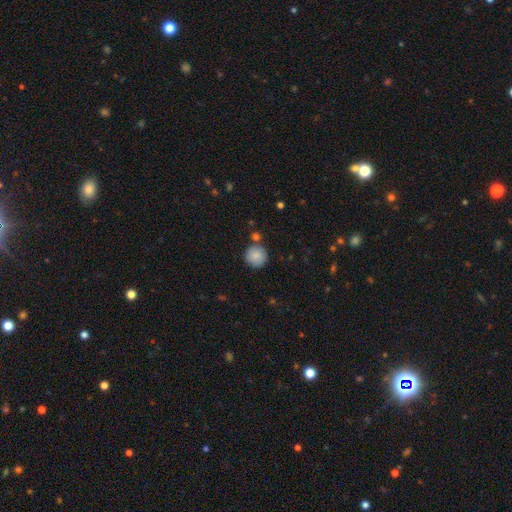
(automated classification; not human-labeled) The model was most divided on "merging": none: 81%, minor disturbance: 9%, merger: 7%, major disturbance: 3%. More confident: how rounded — round (94%); smooth or featured — smooth (87%).